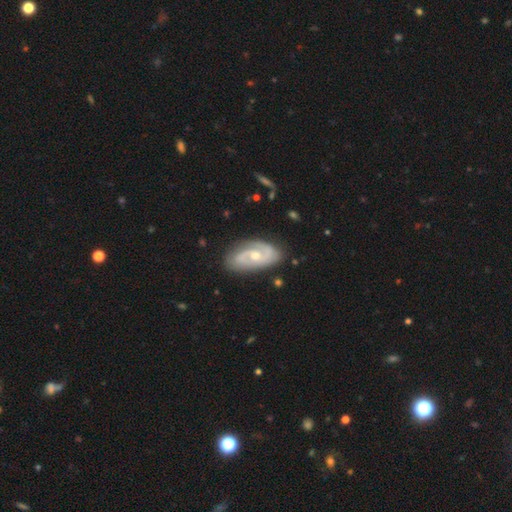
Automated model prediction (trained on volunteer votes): Smooth or featured?
  - featured or disk: 83% *
  - smooth: 12%
  - star or artifact: 5%
Edge-on disk?
  - no: 95% *
  - yes: 5%
Bar?
  - no: 59% *
  - weak: 34%
  - strong: 8%
Spiral arms?
  - yes: 93% *
  - no: 7%
Spiral winding?
  - tight: 43% *
  - medium: 42%
  - loose: 15%
Spiral arm count?
  - 2: 77% *
  - can't tell: 11%
  - 1: 6%
  - 3: 4%
  - 4: 1%
  - more than 4: 1%
Bulge size?
  - moderate: 55% *
  - small: 41%
  - large: 2%
  - none: 1%
  - dominant: 1%
Merging?
  - none: 78% *
  - minor disturbance: 16%
  - major disturbance: 5%
  - merger: 2%